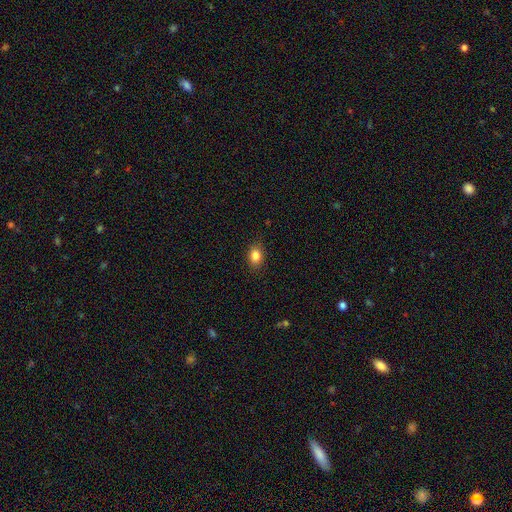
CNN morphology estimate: smooth-or-featured: smooth: 84% | star or artifact: 10% | featured or disk: 6%
  how-rounded: in between: 71% | round: 27% | cigar-shaped: 1%
  merging: none: 87% | minor disturbance: 10% | major disturbance: 2% | merger: 1%